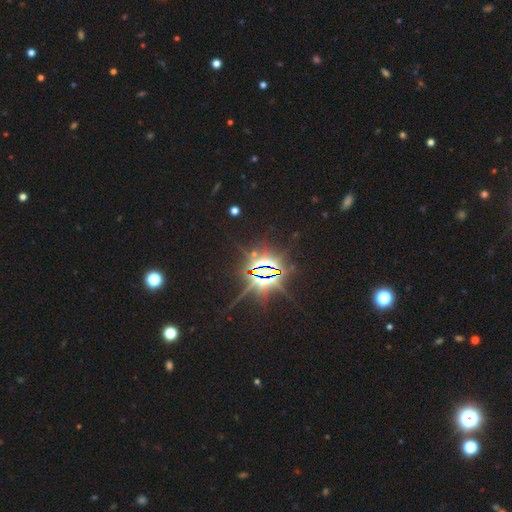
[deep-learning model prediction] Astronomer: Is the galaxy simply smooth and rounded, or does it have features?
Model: star or artifact — 85%.